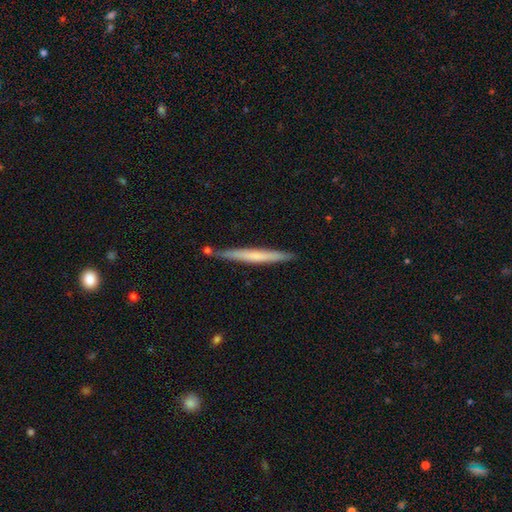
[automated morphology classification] smooth-or-featured: smooth: 51% | featured or disk: 43% | star or artifact: 6%
  how-rounded: cigar-shaped: 97% | in between: 2% | round: 1%
  merging: none: 81% | minor disturbance: 13% | merger: 4% | major disturbance: 2%